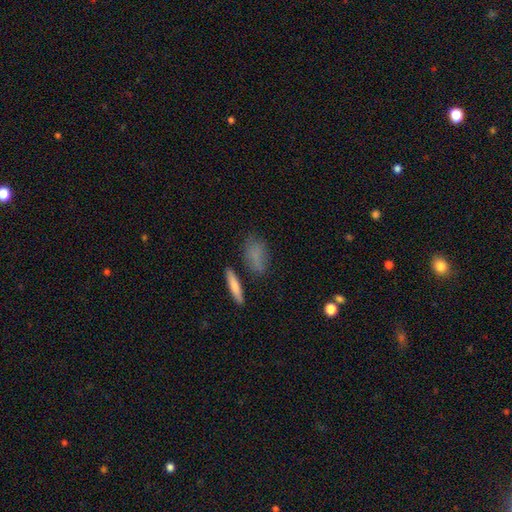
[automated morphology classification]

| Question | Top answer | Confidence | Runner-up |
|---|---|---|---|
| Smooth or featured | smooth | 74% | featured or disk (16%) |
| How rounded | in between | 68% | cigar-shaped (20%) |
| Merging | none | 64% | minor disturbance (19%) |